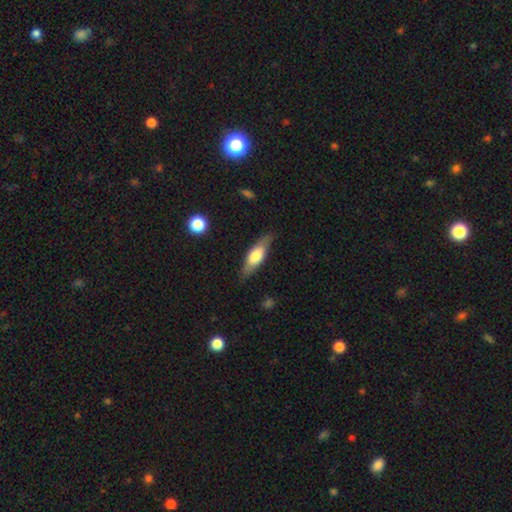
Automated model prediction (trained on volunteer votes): The model was most divided on "how rounded": in between: 50%, cigar-shaped: 48%, round: 2%. More confident: merging — none (81%); smooth or featured — smooth (57%).